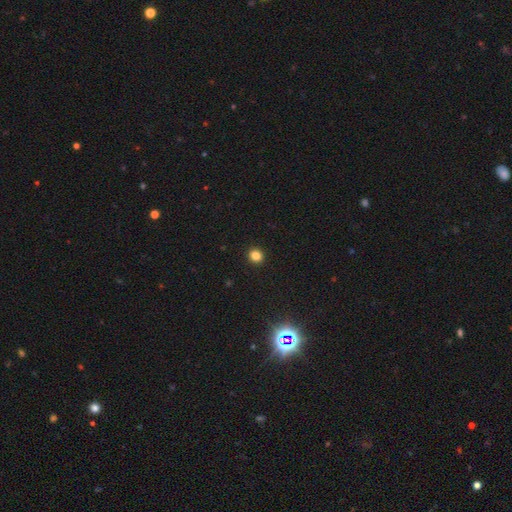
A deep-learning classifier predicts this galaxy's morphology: Smooth or featured?
  - smooth: 83% *
  - star or artifact: 13%
  - featured or disk: 4%
How rounded?
  - round: 86% *
  - in between: 13%
  - cigar-shaped: 1%
Merging?
  - none: 93% *
  - minor disturbance: 4%
  - major disturbance: 1%
  - merger: 1%